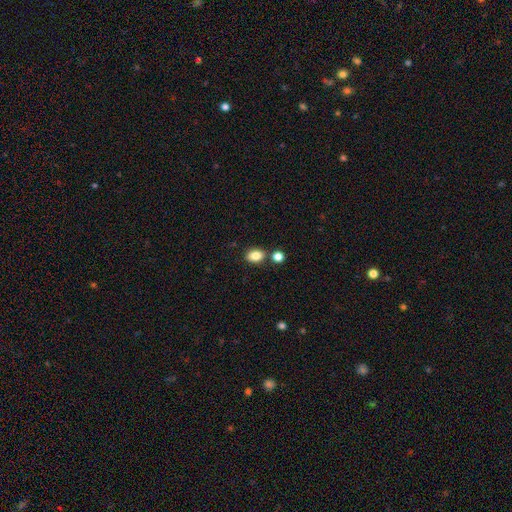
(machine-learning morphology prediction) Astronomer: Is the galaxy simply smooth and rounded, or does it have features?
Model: smooth — 84%.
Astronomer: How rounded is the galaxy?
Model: in between — 76%.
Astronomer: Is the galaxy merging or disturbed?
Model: none — 74%.